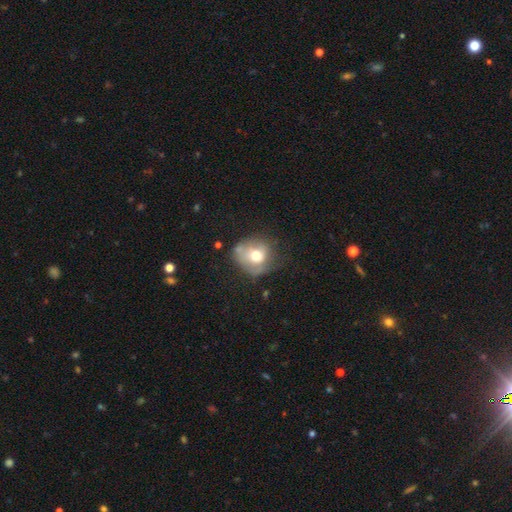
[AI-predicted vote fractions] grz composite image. It shows a smooth galaxy with no disk features (63%) that is round (75%). Merging: none (44%).